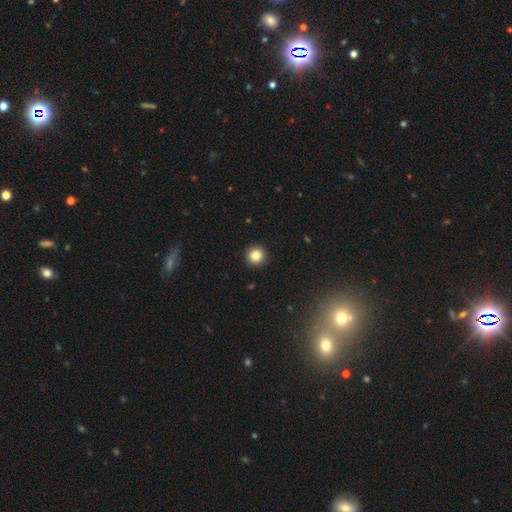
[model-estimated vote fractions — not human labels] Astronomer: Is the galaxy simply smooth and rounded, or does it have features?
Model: smooth — 84%.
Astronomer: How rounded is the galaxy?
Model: round — 96%.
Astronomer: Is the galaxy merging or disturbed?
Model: none — 94%.